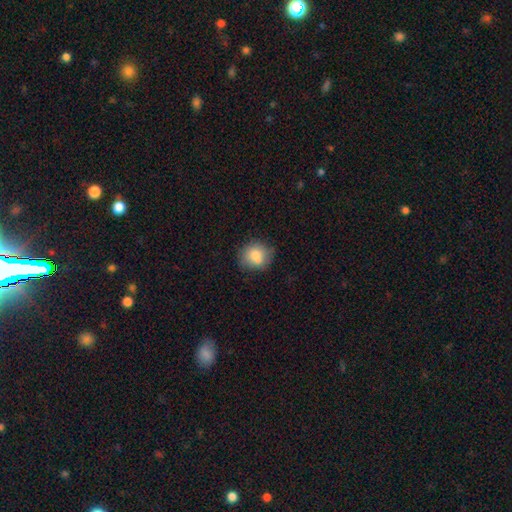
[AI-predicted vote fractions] Q: Smooth or featured?
A: smooth (79%); runner-up: featured or disk (12%)
Q: How rounded?
A: round (76%); runner-up: in between (23%)
Q: Merging?
A: none (68%); runner-up: minor disturbance (19%)